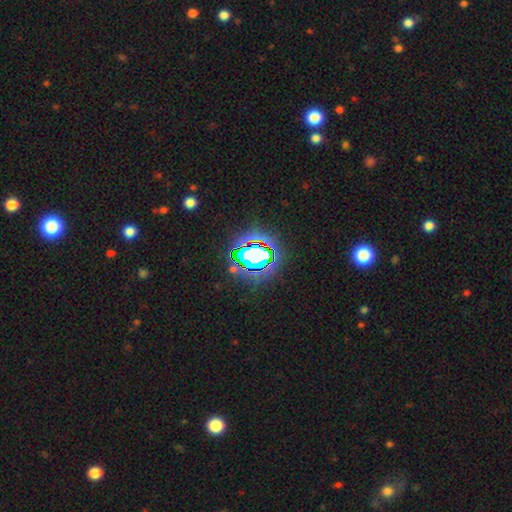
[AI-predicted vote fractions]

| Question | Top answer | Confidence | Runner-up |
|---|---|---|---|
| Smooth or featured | star or artifact | 68% | smooth (19%) |